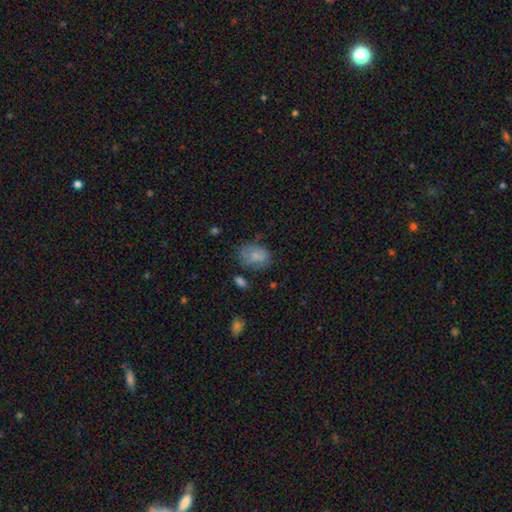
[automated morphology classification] Smooth or featured? Predicted: smooth (p=0.80). How rounded? Predicted: in between (p=0.74). Merging? Predicted: none (p=0.62).